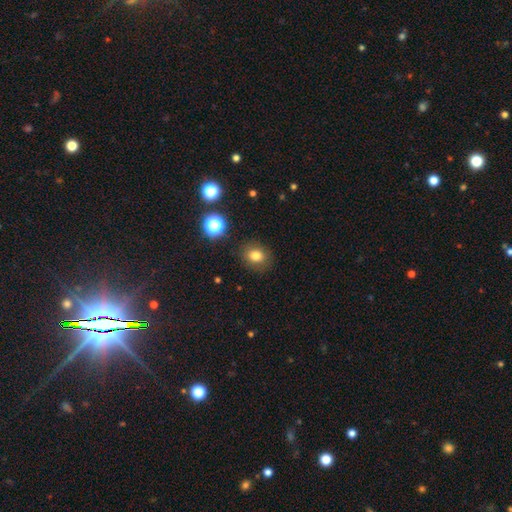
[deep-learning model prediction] This appears to be a smooth galaxy with no disk features (79%) that is round (61%). Merging: none (85%).